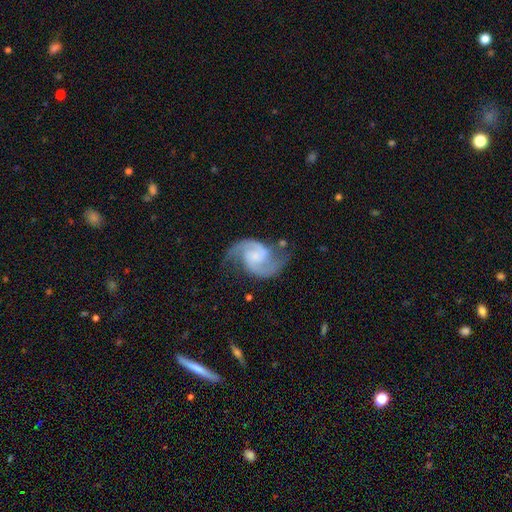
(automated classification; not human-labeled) featured or disk 91%, star or artifact 5%, smooth 4%. Down the decision tree: edge-on disk — no (98%); bar — no (49%); spiral arms — yes (98%); spiral arm count — 2 (94%); spiral winding — medium (58%); bulge size — small (41%); merging — none (73%).